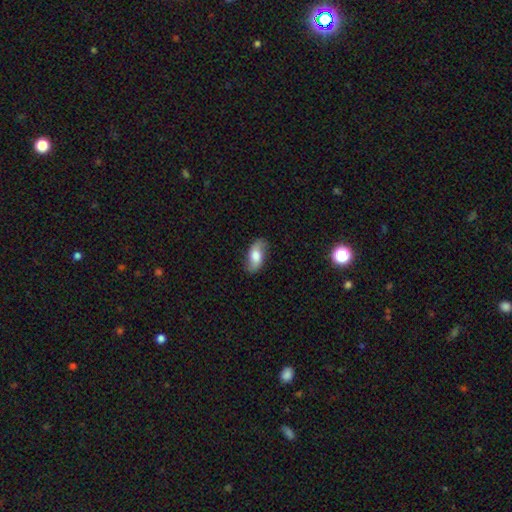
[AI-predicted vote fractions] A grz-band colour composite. It shows a smooth galaxy with no disk features (56%) that is in between round and cigar-shaped (90%). Merging: none (80%).